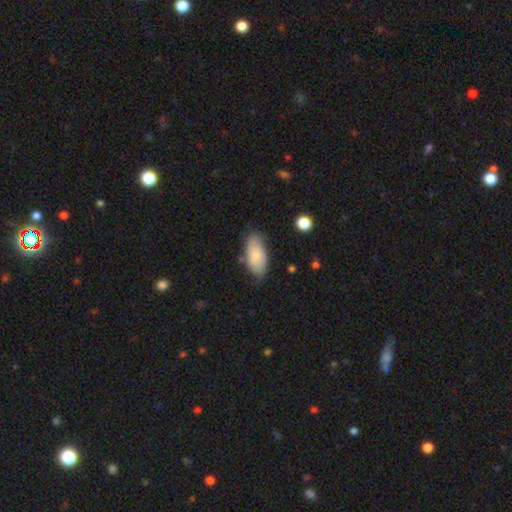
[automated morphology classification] smooth-or-featured: smooth: 63% | featured or disk: 30% | star or artifact: 7%
  how-rounded: in between: 92% | cigar-shaped: 5% | round: 3%
  merging: none: 69% | minor disturbance: 23% | major disturbance: 5% | merger: 3%